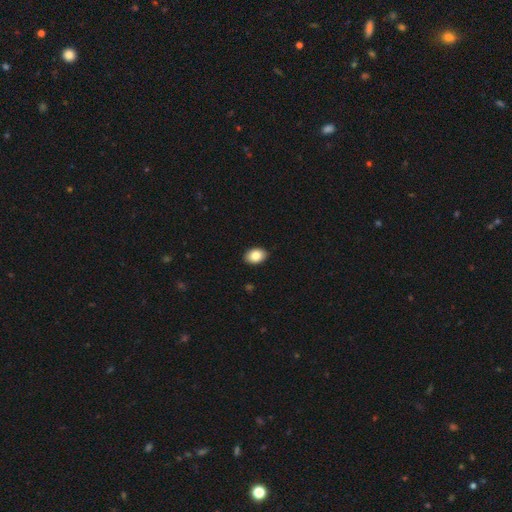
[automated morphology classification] type=smooth (85%); roundness=in between (81%); merging=none (90%).